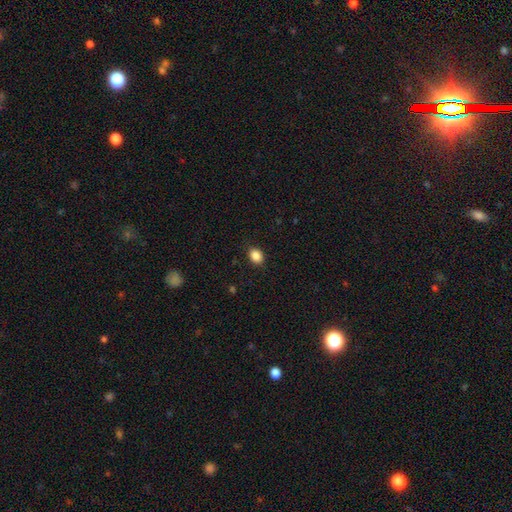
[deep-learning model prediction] Overall: smooth (87%). How rounded: in between (59%; round 40%). Merging: none (88%).